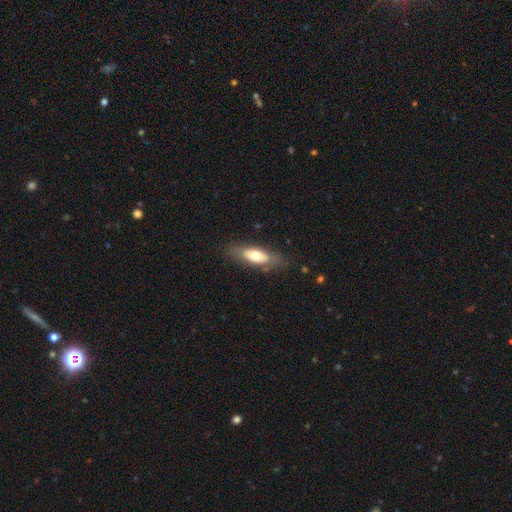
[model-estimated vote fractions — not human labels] Smooth or featured? Predicted: smooth (p=0.62). How rounded? Predicted: in between (p=0.72). Merging? Predicted: none (p=0.78).